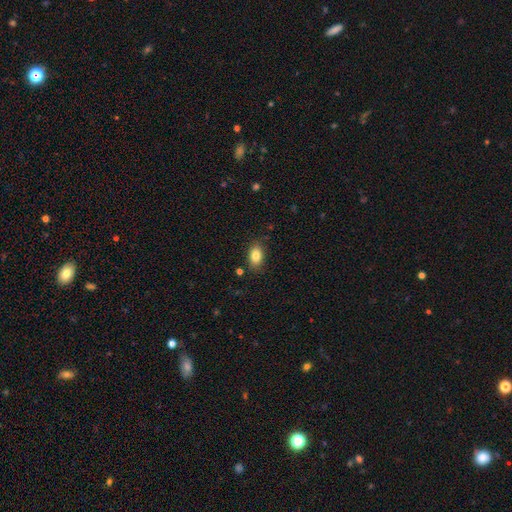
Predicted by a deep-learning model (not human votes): Smooth or featured? smooth (84%)
How rounded? in between (86%)
Merging? none (83%)